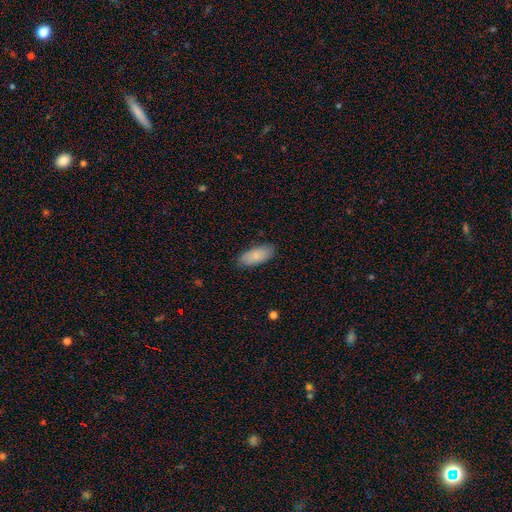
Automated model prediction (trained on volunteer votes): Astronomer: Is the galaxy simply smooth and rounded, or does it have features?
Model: smooth — 85%.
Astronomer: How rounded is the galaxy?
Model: in between — 86%.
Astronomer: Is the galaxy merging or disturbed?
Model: none — 86%.